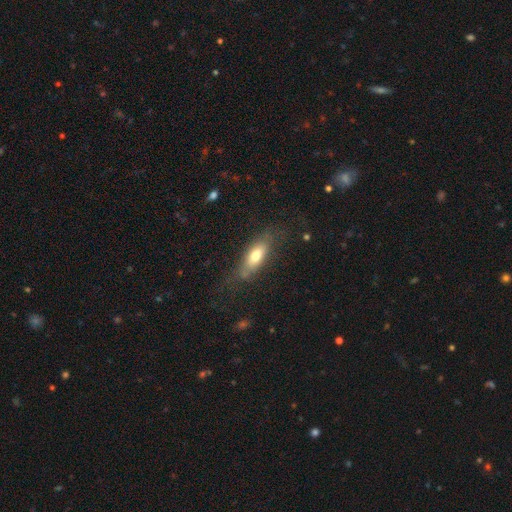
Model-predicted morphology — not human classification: This is likely a smooth galaxy (67%). How rounded: likely in between (65%). Merging: likely none (68%).